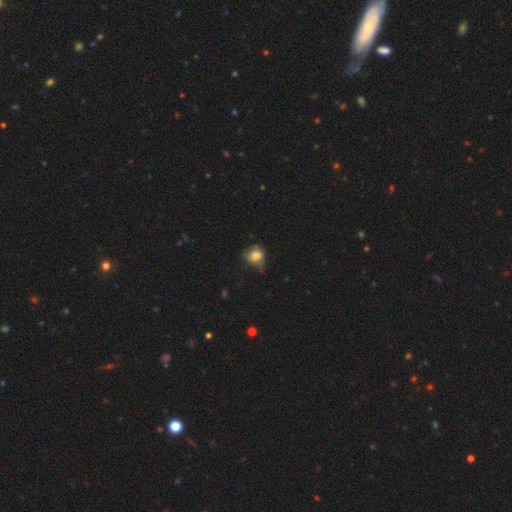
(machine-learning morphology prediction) smooth_or_featured: smooth (p=0.70) [alt: featured or disk p=0.18]
how_rounded: round (p=0.60) [alt: in between p=0.38]
merging: none (p=0.41) [alt: minor disturbance p=0.35]